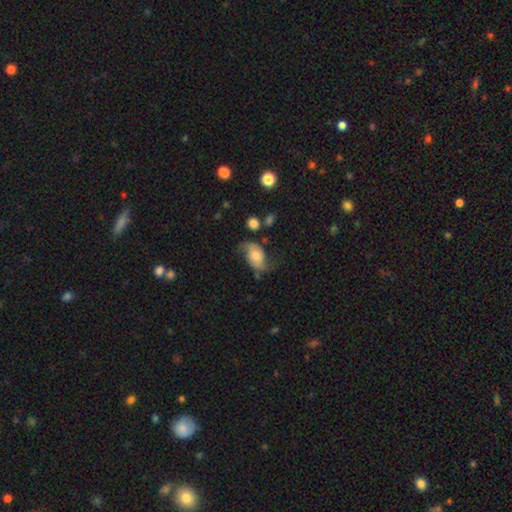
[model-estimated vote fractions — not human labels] This is likely a featured or disk galaxy (62%). It is clearly not viewed edge-on (95%). Bar: likely no (66%). Spiral arm pattern: clearly yes (89%). Spiral arm count: clearly 2 (89%). Spiral winding: likely loose (74%). Central bulge: possibly moderate (55%). Merging: possibly none (57%).